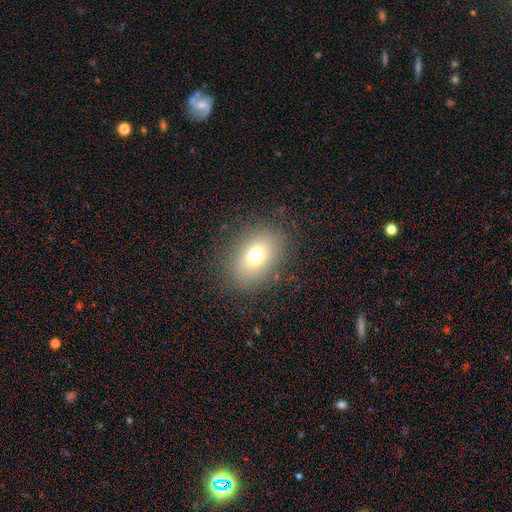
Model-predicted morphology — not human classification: smooth_or_featured: smooth (p=0.71) [alt: star or artifact p=0.15]
how_rounded: in between (p=0.65) [alt: round p=0.34]
merging: none (p=0.83) [alt: minor disturbance p=0.11]